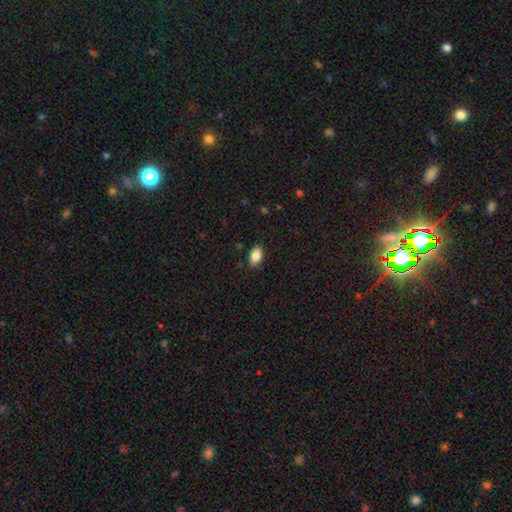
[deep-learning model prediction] A smooth galaxy with no disk features (86%) that is in between round and cigar-shaped (91%).

Vote fractions:
- Smooth or featured? smooth: 86% / star or artifact: 8% / featured or disk: 6%
- How rounded? in between: 91% / round: 6% / cigar-shaped: 3%
- Merging? none: 85% / minor disturbance: 12% / major disturbance: 2% / merger: 1%